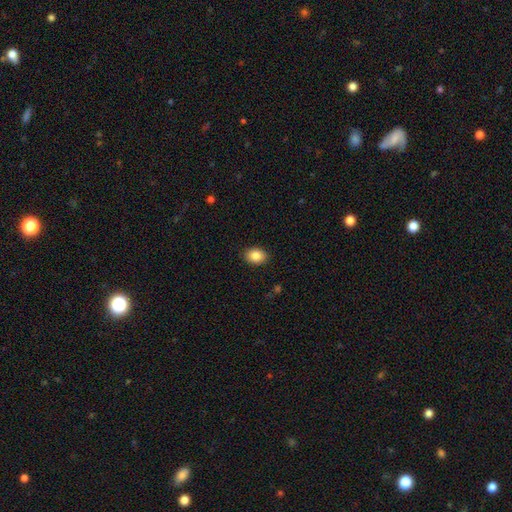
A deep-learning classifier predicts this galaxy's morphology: The model was most divided on "how rounded": in between: 70%, round: 29%, cigar-shaped: 1%. More confident: merging — none (88%); smooth or featured — smooth (86%).